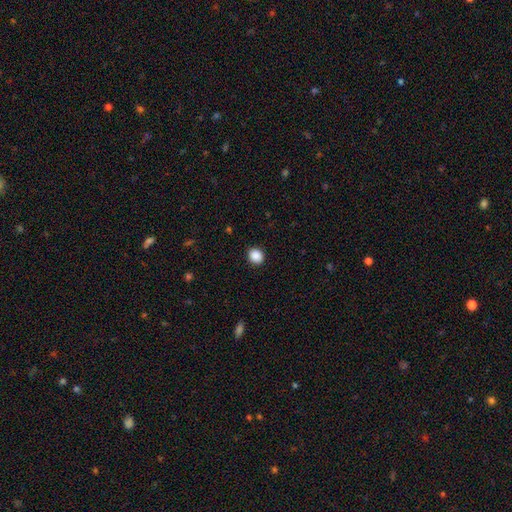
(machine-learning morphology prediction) Smooth or featured? smooth (89%)
How rounded? round (72%)
Merging? none (91%)